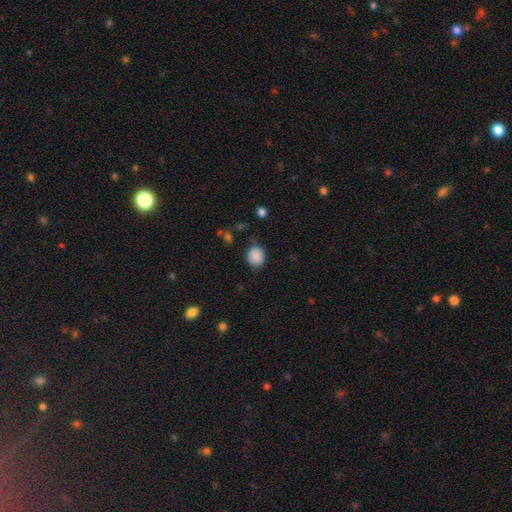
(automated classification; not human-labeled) This is clearly a smooth galaxy (87%). How rounded: likely round (68%). Merging: likely none (77%).